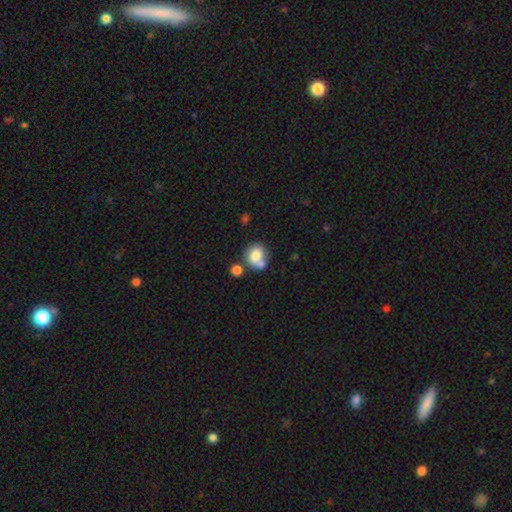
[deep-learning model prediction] Smooth or featured?
  - smooth: 76% *
  - featured or disk: 14%
  - star or artifact: 9%
How rounded?
  - round: 65% *
  - in between: 34%
  - cigar-shaped: 1%
Merging?
  - none: 46% *
  - merger: 35%
  - minor disturbance: 13%
  - major disturbance: 6%